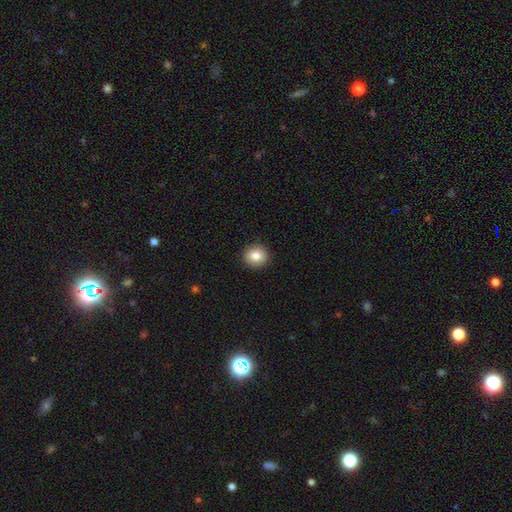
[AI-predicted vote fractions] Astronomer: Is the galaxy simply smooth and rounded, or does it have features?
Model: smooth — 83%.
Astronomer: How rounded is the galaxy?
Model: round — 91%.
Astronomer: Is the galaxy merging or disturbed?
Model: none — 92%.